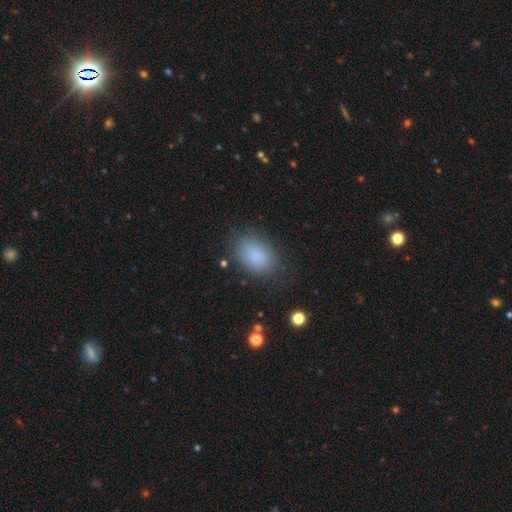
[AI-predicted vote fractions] A smooth galaxy with no disk features (86%) that is in between round and cigar-shaped (80%). Merging: none (79%).